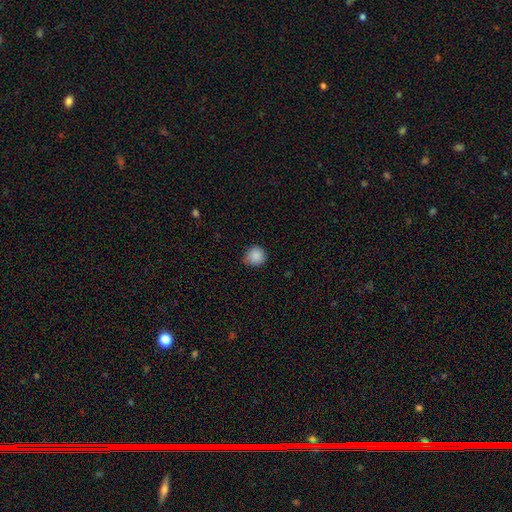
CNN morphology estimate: type=smooth (88%); roundness=round (90%); merging=none (76%).